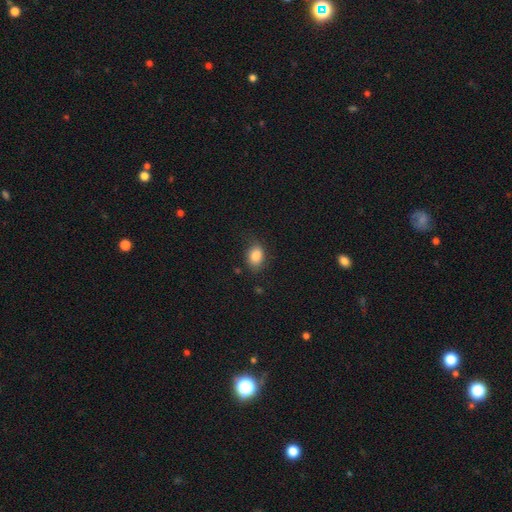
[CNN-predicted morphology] This appears to be a smooth galaxy with no disk features (84%) that is in between round and cigar-shaped (76%). Merging: none (76%).